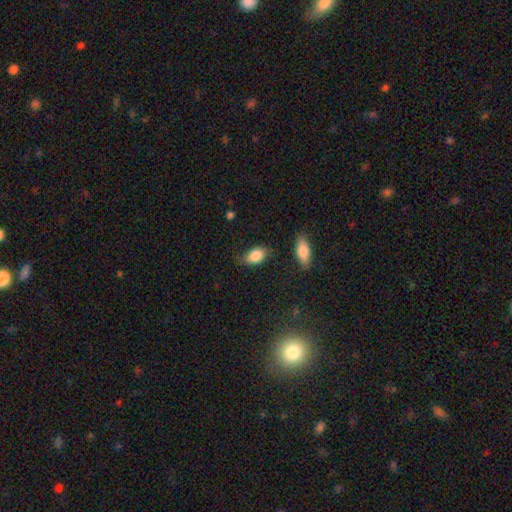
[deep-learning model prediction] Q: Smooth or featured?
A: smooth (85%); runner-up: featured or disk (8%)
Q: How rounded?
A: in between (87%); runner-up: round (10%)
Q: Merging?
A: none (62%); runner-up: minor disturbance (28%)